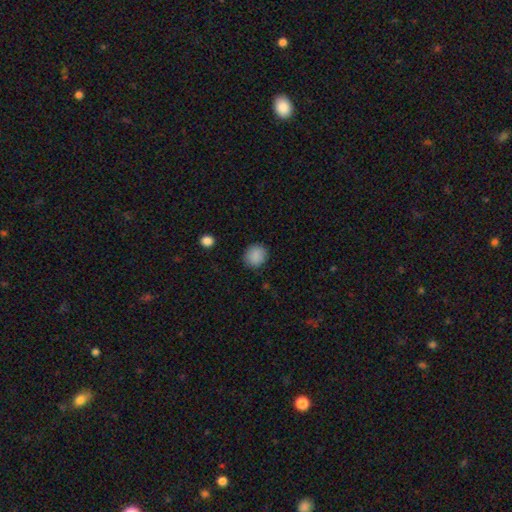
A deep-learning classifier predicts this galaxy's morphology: Smooth or featured?
  - smooth: 88% *
  - star or artifact: 8%
  - featured or disk: 3%
How rounded?
  - round: 81% *
  - in between: 18%
  - cigar-shaped: 1%
Merging?
  - none: 88% *
  - minor disturbance: 9%
  - major disturbance: 2%
  - merger: 1%